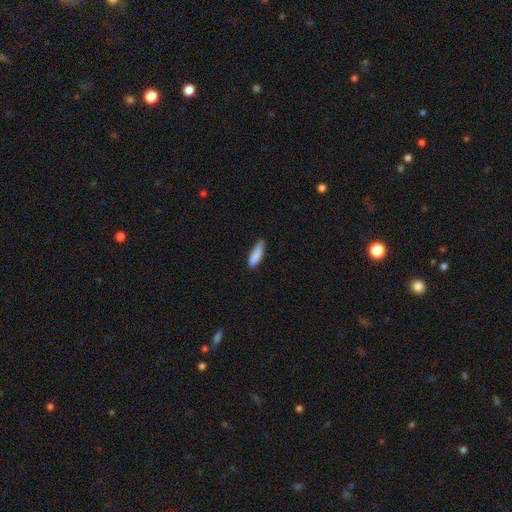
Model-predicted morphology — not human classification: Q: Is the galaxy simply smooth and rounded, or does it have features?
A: smooth — 87%.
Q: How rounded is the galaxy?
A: cigar-shaped — 61%.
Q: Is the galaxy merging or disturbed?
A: none — 73%.